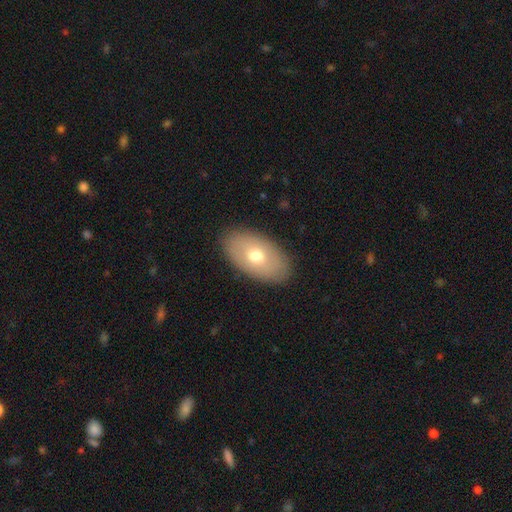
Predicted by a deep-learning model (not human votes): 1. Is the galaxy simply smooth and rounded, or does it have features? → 67% smooth, 27% featured or disk, 7% star or artifact.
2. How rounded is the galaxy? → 92% in between, 6% round, 2% cigar-shaped.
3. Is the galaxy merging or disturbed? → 87% none, 9% minor disturbance, 3% major disturbance, 1% merger.